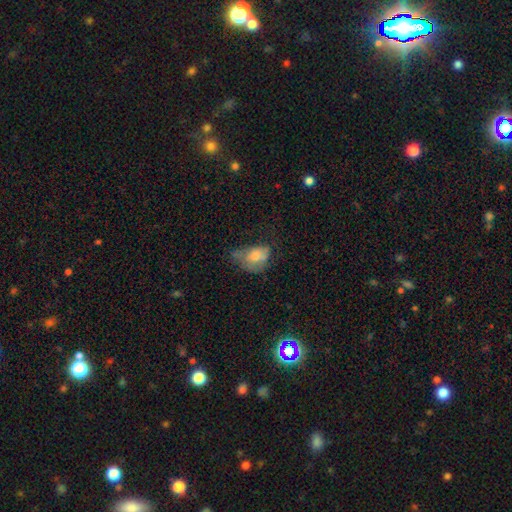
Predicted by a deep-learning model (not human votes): Overall: smooth (63%; featured or disk 25%). How rounded: in between (71%). Merging: minor disturbance (34%; major disturbance 33%).